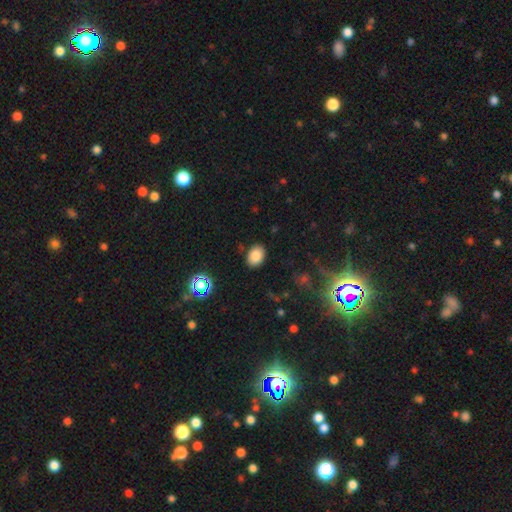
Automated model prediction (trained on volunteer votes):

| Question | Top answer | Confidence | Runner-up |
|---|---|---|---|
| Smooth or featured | smooth | 83% | star or artifact (11%) |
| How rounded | in between | 73% | round (26%) |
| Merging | none | 86% | minor disturbance (10%) |